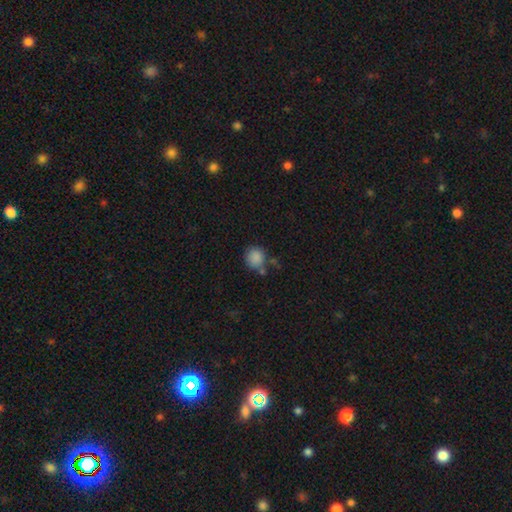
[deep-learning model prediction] Smooth or featured?
  - smooth: 87% *
  - star or artifact: 9%
  - featured or disk: 4%
How rounded?
  - round: 84% *
  - in between: 15%
  - cigar-shaped: 1%
Merging?
  - none: 65% *
  - minor disturbance: 16%
  - merger: 14%
  - major disturbance: 5%